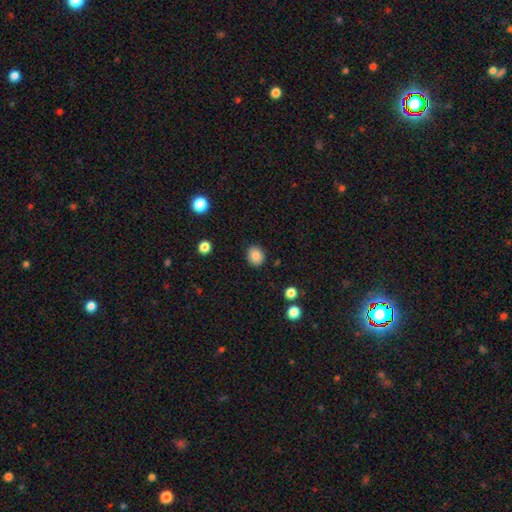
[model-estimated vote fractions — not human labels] A smooth galaxy with no disk features (86%) that is round (61%).

Vote fractions:
- Smooth or featured? smooth: 86% / star or artifact: 10% / featured or disk: 5%
- How rounded? round: 61% / in between: 38% / cigar-shaped: 1%
- Merging? none: 88% / minor disturbance: 8% / major disturbance: 2% / merger: 1%